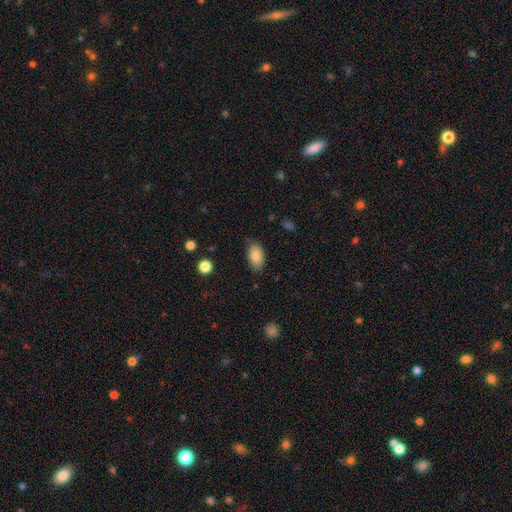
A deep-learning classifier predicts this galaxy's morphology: smooth-or-featured: smooth: 85% | featured or disk: 8% | star or artifact: 7%
  how-rounded: in between: 93% | round: 6% | cigar-shaped: 2%
  merging: none: 77% | minor disturbance: 18% | major disturbance: 3% | merger: 1%